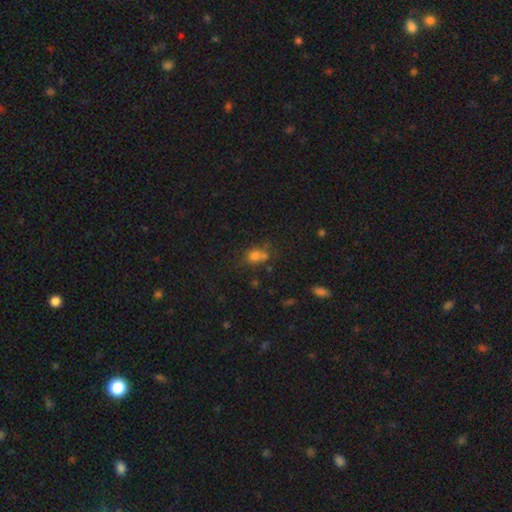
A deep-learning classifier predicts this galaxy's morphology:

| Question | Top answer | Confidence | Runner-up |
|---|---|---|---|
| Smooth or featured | smooth | 69% | star or artifact (19%) |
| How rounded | round | 50% | in between (48%) |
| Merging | none | 46% | merger (25%) |